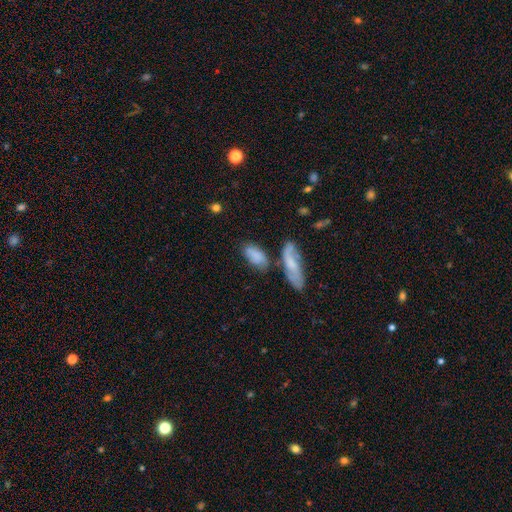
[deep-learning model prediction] Smooth or featured?
  - smooth: 73% *
  - featured or disk: 19%
  - star or artifact: 8%
How rounded?
  - in between: 87% *
  - cigar-shaped: 9%
  - round: 5%
Merging?
  - none: 51% *
  - minor disturbance: 22%
  - merger: 19%
  - major disturbance: 8%